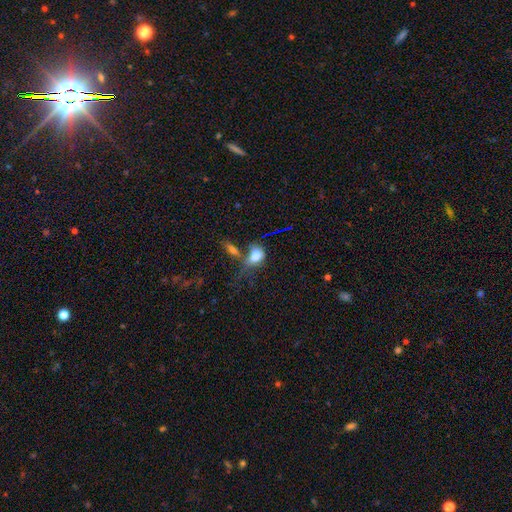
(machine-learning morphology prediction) Overall: smooth (72%). How rounded: in between (67%; round 29%). Merging: none (31%; merger 30%).